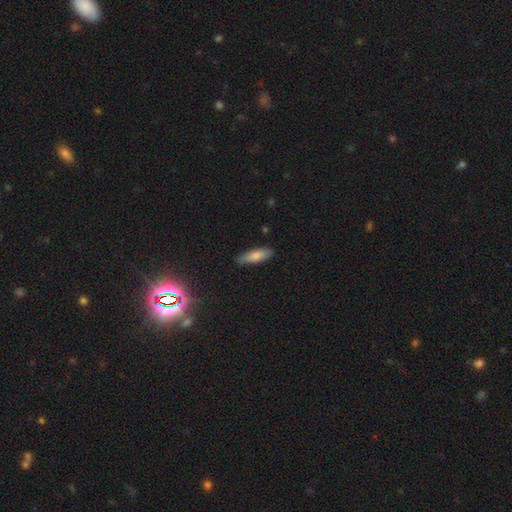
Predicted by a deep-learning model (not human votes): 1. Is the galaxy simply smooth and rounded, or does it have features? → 79% smooth, 15% featured or disk, 7% star or artifact.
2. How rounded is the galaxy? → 51% cigar-shaped, 47% in between, 2% round.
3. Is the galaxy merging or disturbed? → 83% none, 13% minor disturbance, 2% major disturbance, 1% merger.